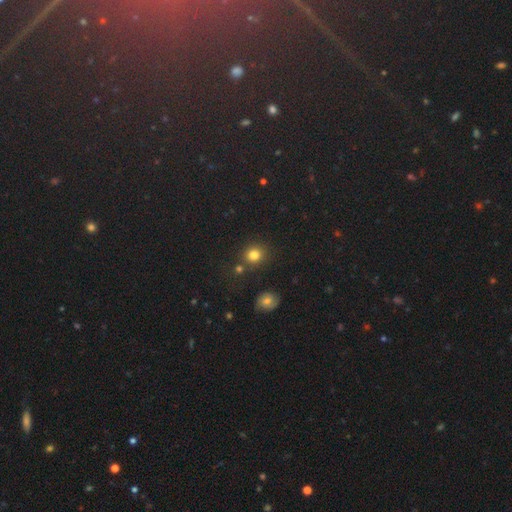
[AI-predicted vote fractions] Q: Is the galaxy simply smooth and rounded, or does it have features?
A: smooth — 64%.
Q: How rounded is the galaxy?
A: round — 86%.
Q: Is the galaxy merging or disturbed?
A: none — 78%.